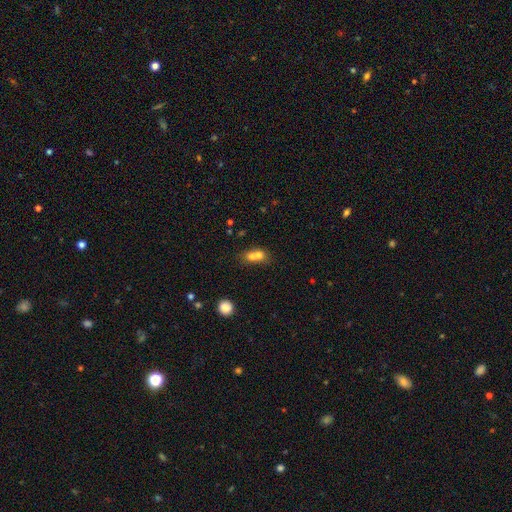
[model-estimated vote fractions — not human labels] A smooth galaxy with no disk features (68%) that is round (61%). Merging: merger (67%).